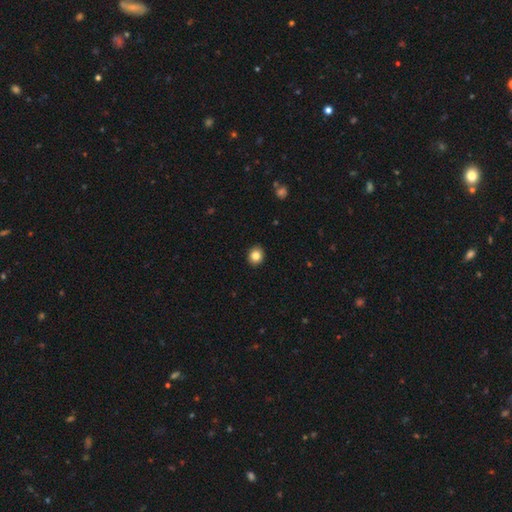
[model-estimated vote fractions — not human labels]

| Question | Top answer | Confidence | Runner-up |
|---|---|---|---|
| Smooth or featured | smooth | 83% | star or artifact (10%) |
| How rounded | round | 72% | in between (27%) |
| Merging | none | 92% | minor disturbance (6%) |